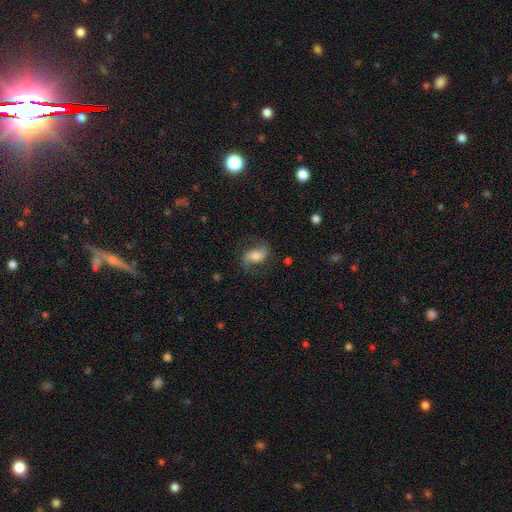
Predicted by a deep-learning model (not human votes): Morphology: type=featured or disk (64%); edge-on=no (95%); bar=no (46%); spiral arms=yes (91%); winding=loose (58%); arm count=2 (90%); bulge=moderate (57%); merging=none (71%).